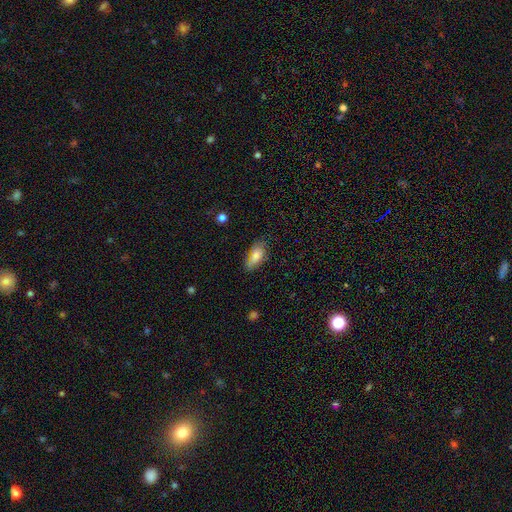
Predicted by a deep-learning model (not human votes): Q: Smooth or featured?
A: smooth (74%); runner-up: featured or disk (18%)
Q: How rounded?
A: in between (86%); runner-up: cigar-shaped (10%)
Q: Merging?
A: none (70%); runner-up: minor disturbance (23%)